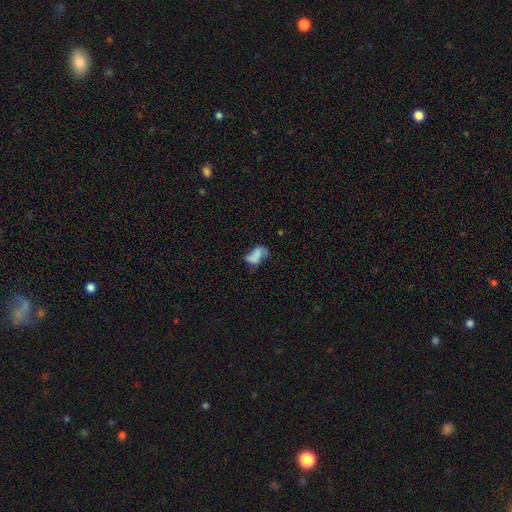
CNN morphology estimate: smooth 46%, featured or disk 41%, star or artifact 12%. Down the decision tree: merging — none (32%).